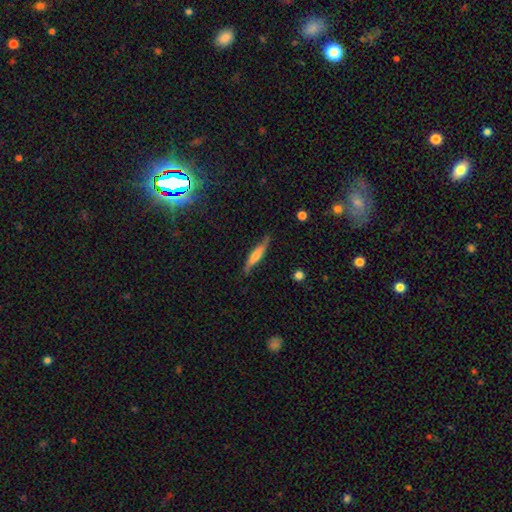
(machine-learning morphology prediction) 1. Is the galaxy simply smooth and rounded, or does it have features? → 53% smooth, 41% featured or disk, 6% star or artifact.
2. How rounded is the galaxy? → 86% cigar-shaped, 12% in between, 2% round.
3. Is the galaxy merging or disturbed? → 76% none, 19% minor disturbance, 4% major disturbance, 2% merger.